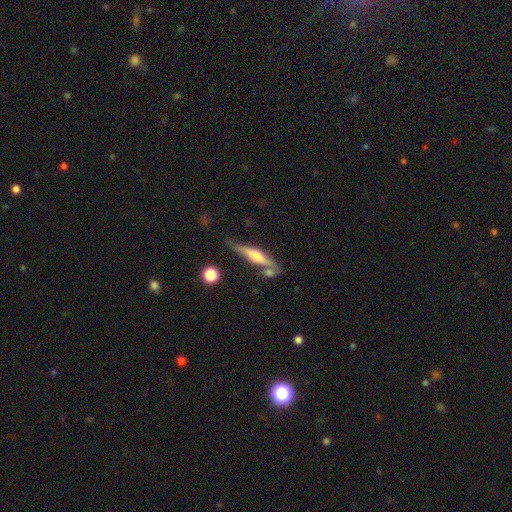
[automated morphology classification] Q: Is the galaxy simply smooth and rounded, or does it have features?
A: featured or disk — 56%.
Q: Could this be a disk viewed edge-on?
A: yes — 92%.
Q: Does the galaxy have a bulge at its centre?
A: rounded — 59%.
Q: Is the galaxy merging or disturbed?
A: none — 60%.